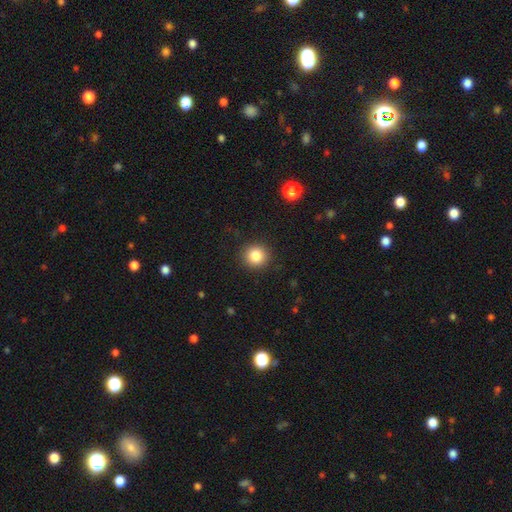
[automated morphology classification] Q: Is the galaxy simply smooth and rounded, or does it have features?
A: smooth — 83%.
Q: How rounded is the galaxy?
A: round — 92%.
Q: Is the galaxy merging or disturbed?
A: none — 91%.